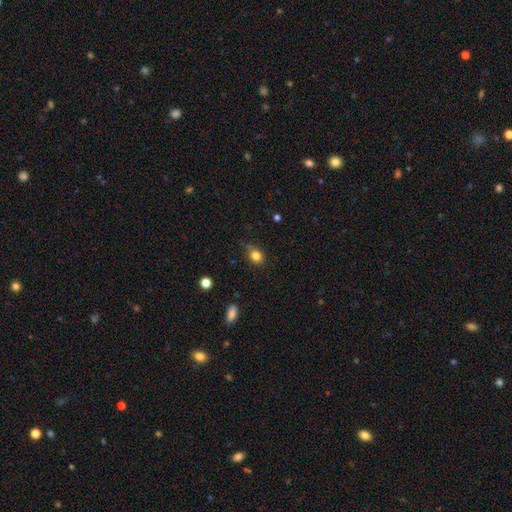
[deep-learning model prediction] smooth_or_featured: smooth (p=0.82) [alt: star or artifact p=0.11]
how_rounded: round (p=0.66) [alt: in between p=0.33]
merging: none (p=0.63) [alt: minor disturbance p=0.28]